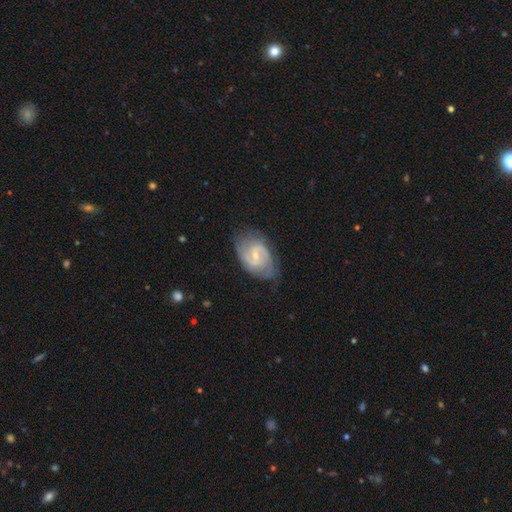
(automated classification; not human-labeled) Smooth or featured: featured or disk — 83% (smooth — 12%)
Edge-on disk: no — 97% (yes — 3%)
Bar: weak — 57% (no — 27%)
Spiral arms: yes — 94% (no — 6%)
Spiral winding: medium — 44% (tight — 43%)
Spiral arm count: 2 — 74% (can't tell — 13%)
Bulge size: small — 61% (moderate — 35%)
Merging: none — 71% (minor disturbance — 21%)